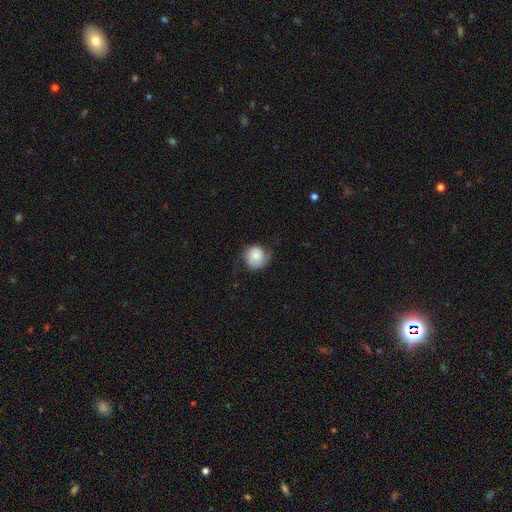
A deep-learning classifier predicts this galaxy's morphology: Overall: smooth (68%). How rounded: round (87%). Merging: none (66%).